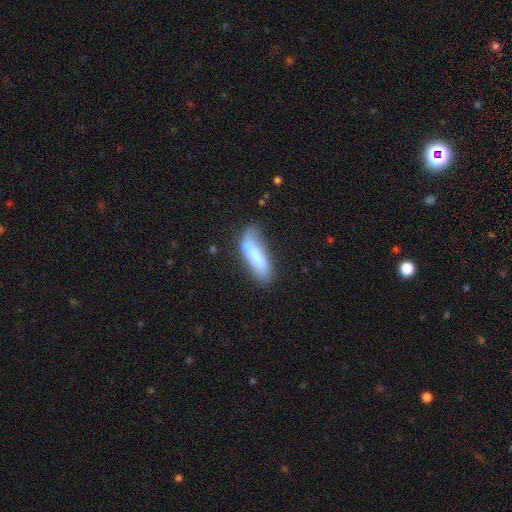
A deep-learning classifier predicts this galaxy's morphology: smooth-or-featured: smooth: 71% | featured or disk: 21% | star or artifact: 8%
  how-rounded: cigar-shaped: 52% | in between: 46% | round: 2%
  merging: none: 46% | minor disturbance: 26% | merger: 16% | major disturbance: 11%